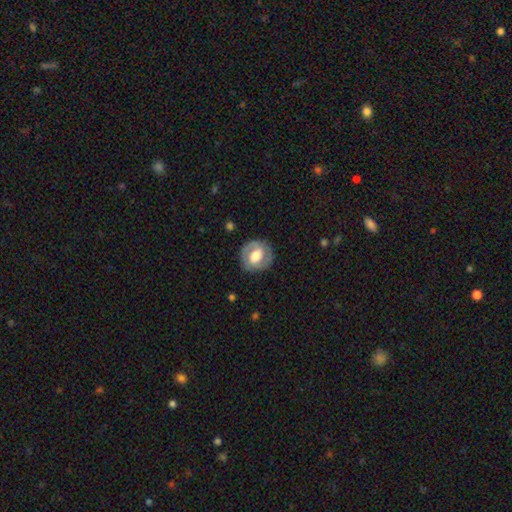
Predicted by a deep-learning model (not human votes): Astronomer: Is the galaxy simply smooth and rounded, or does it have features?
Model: featured or disk — 61%.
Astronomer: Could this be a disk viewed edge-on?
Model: no — 96%.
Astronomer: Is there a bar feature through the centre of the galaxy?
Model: weak — 40% (runner-up: no, 39%).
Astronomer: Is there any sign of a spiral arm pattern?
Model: yes — 62% (runner-up: no, 38%).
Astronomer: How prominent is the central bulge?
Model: moderate — 48% (runner-up: large, 41%).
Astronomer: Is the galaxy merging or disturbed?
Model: none — 82%.